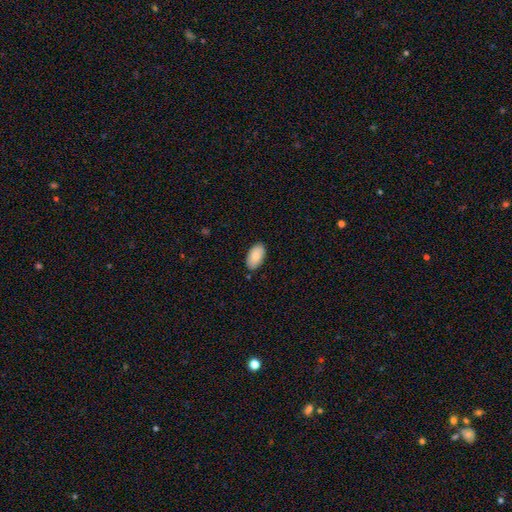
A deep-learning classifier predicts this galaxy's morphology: smooth-or-featured: smooth: 85% | featured or disk: 9% | star or artifact: 6%
  how-rounded: in between: 95% | round: 3% | cigar-shaped: 1%
  merging: none: 86% | minor disturbance: 10% | major disturbance: 2% | merger: 1%